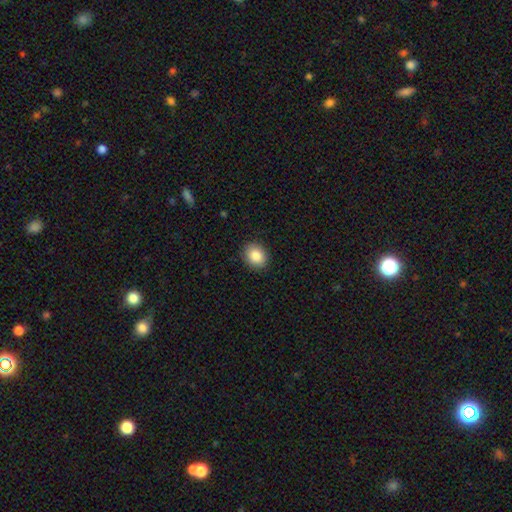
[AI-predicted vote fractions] Smooth or featured? smooth (86%)
How rounded? round (54%)
Merging? none (89%)